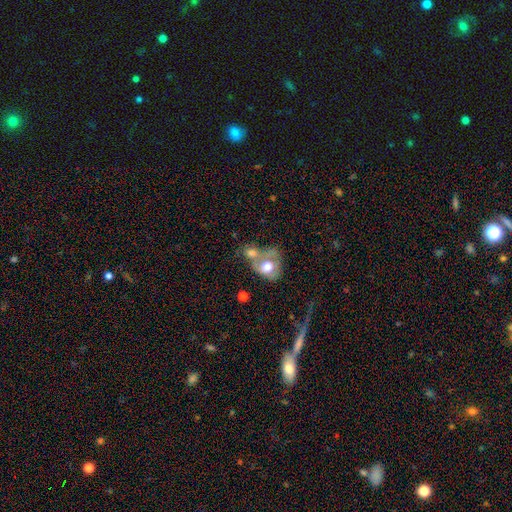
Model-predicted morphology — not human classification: Smooth or featured? smooth (55%)
How rounded? round (53%)
Merging? merger (60%)